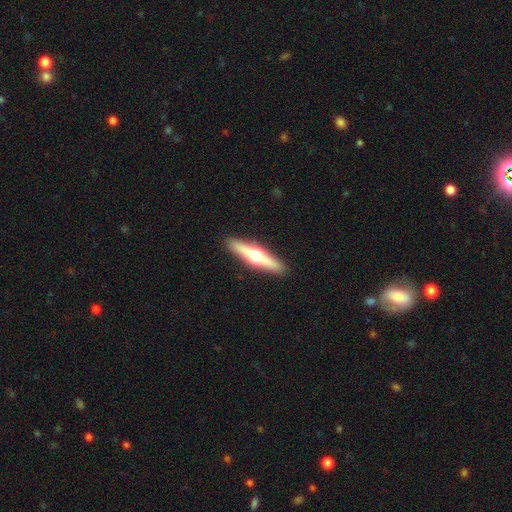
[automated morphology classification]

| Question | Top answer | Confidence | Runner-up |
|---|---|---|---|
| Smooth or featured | featured or disk | 61% | smooth (34%) |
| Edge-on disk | yes | 96% | no (4%) |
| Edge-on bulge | rounded | 95% | boxy (3%) |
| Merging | none | 91% | minor disturbance (6%) |